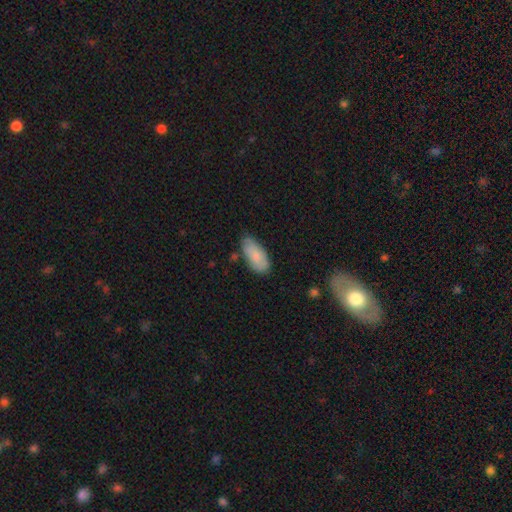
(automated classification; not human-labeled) Smooth or featured?
  - smooth: 83% *
  - featured or disk: 11%
  - star or artifact: 6%
How rounded?
  - in between: 89% *
  - cigar-shaped: 9%
  - round: 2%
Merging?
  - none: 66% *
  - minor disturbance: 26%
  - major disturbance: 5%
  - merger: 4%